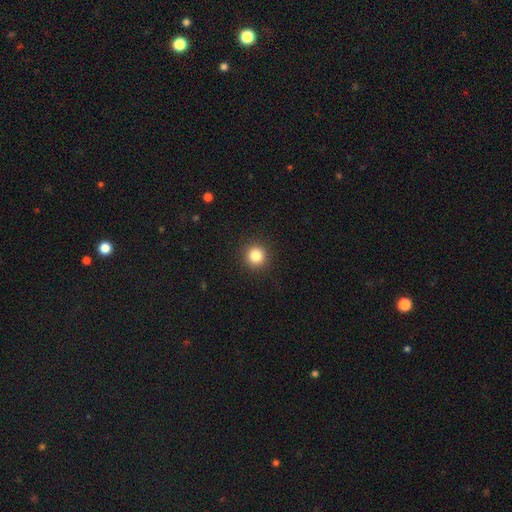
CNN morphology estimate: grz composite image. It shows a smooth galaxy with no disk features (83%) that is round (94%). Merging: none (92%).